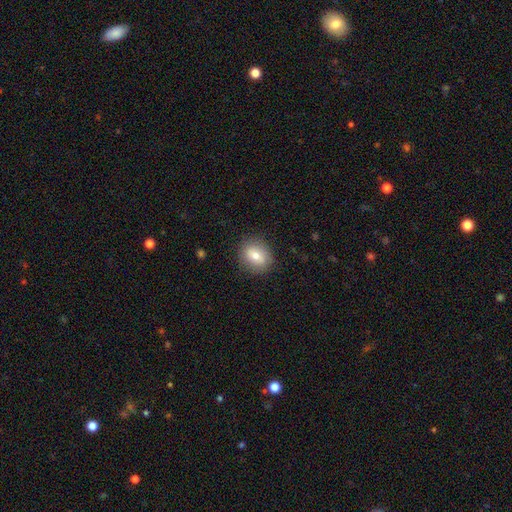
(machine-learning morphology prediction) smooth-or-featured: smooth: 72% | featured or disk: 20% | star or artifact: 9%
  how-rounded: round: 58% | in between: 41% | cigar-shaped: 1%
  merging: none: 85% | minor disturbance: 11% | major disturbance: 3% | merger: 1%